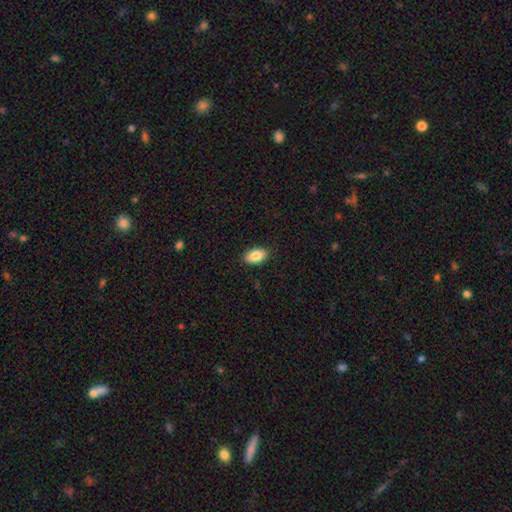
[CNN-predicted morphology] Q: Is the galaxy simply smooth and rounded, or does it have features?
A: smooth — 86%.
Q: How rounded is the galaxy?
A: in between — 93%.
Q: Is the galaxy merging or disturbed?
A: none — 89%.